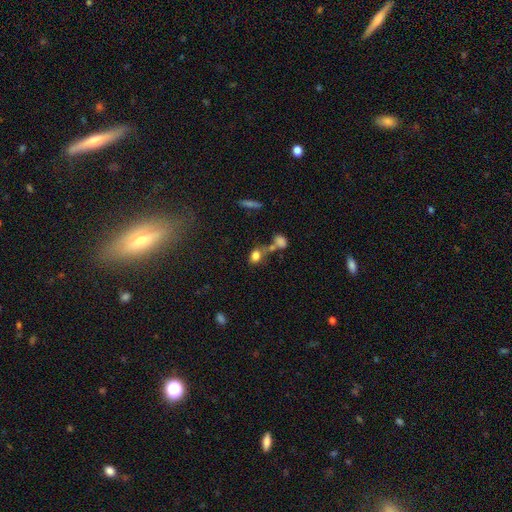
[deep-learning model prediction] Smooth or featured? smooth (78%)
How rounded? in between (65%)
Merging? none (44%)